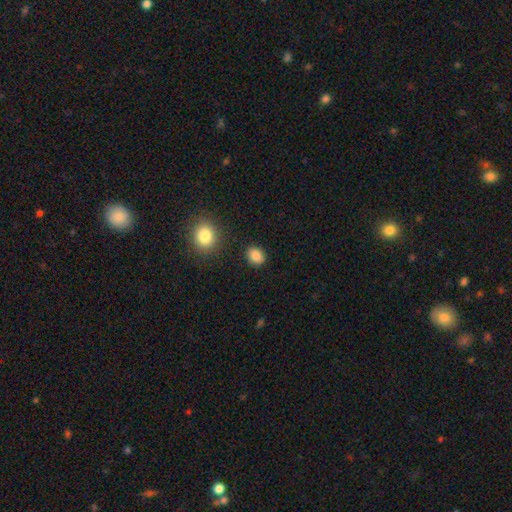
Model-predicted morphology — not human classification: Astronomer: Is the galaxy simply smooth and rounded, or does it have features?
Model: smooth — 87%.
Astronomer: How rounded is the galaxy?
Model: round — 54% (runner-up: in between, 45%).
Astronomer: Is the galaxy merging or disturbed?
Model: none — 87%.